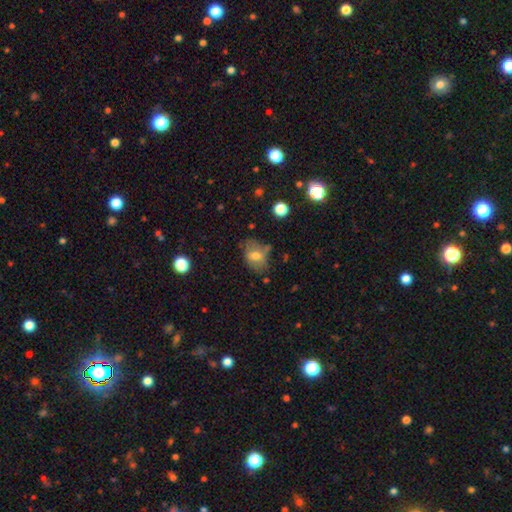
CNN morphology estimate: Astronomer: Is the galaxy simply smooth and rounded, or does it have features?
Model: smooth — 63%.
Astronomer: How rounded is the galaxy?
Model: in between — 72%.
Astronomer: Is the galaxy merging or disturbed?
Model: none — 49% (runner-up: minor disturbance, 30%).